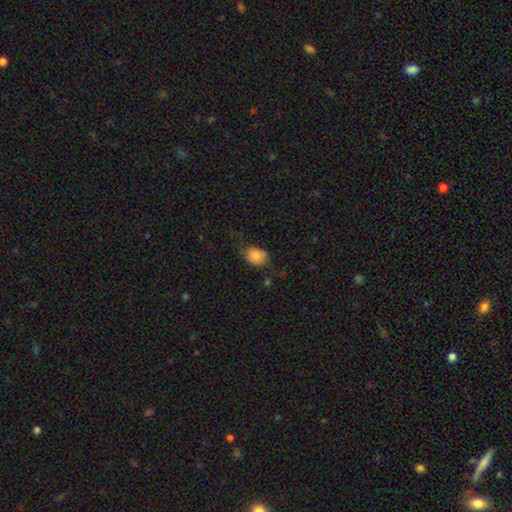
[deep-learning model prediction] Smooth or featured?
  - smooth: 83% *
  - star or artifact: 9%
  - featured or disk: 8%
How rounded?
  - in between: 62% *
  - round: 37%
  - cigar-shaped: 1%
Merging?
  - none: 49% *
  - minor disturbance: 35%
  - major disturbance: 12%
  - merger: 4%